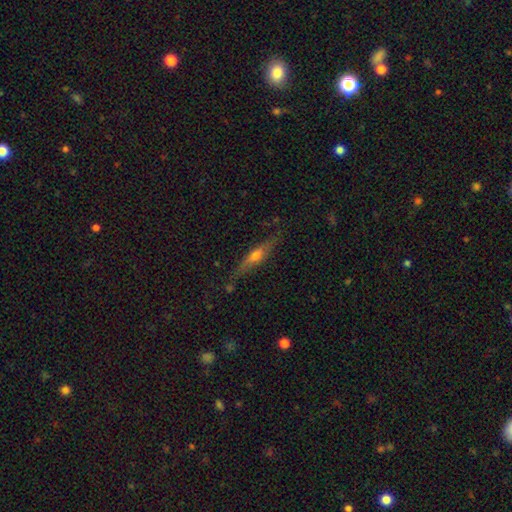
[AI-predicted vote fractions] smooth_or_featured: featured or disk (p=0.61) [alt: smooth p=0.31]
disk_edge_on: yes (p=0.93) [alt: no p=0.07]
edge_on_bulge: rounded (p=0.88) [alt: none p=0.07]
merging: none (p=0.81) [alt: minor disturbance p=0.14]